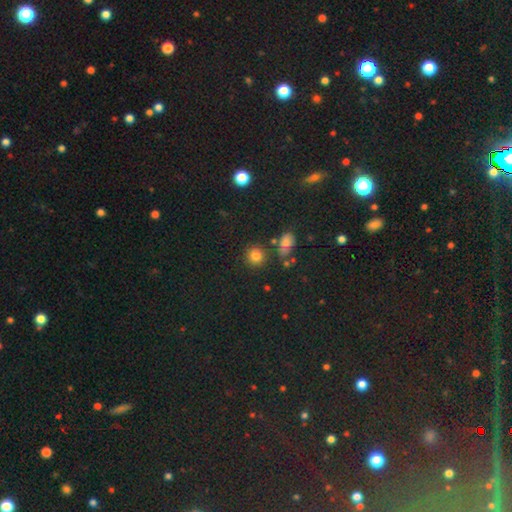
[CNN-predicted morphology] smooth 79%, star or artifact 15%, featured or disk 6%. Down the decision tree: how rounded — round (90%); merging — none (82%).